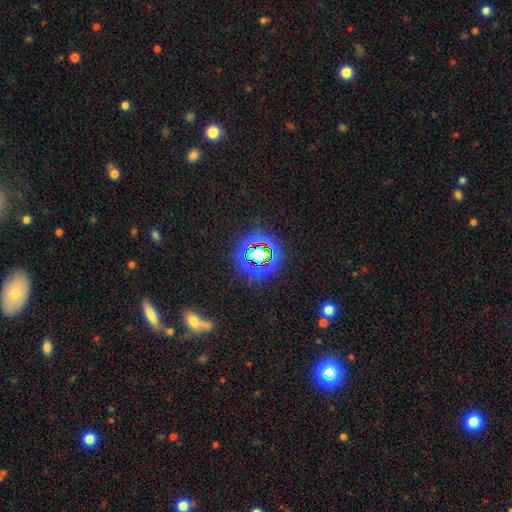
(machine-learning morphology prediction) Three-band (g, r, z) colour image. It shows a star or artifact, not a galaxy (76%).